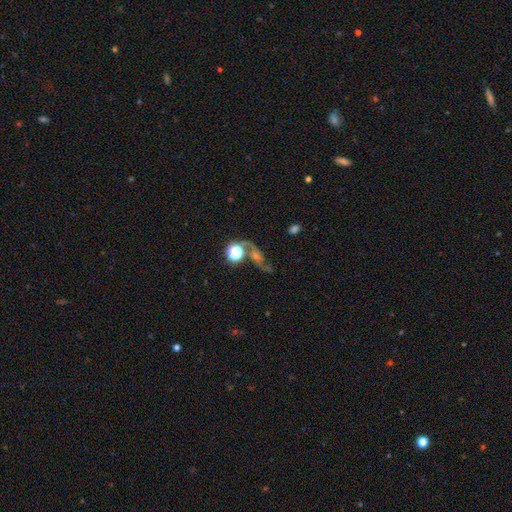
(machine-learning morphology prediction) A featured or disk galaxy (68%) with no bar (65%), 2 (88%) loose (72%) spiral arms (92%) and a moderate central bulge (44%). Merging: none (58%).